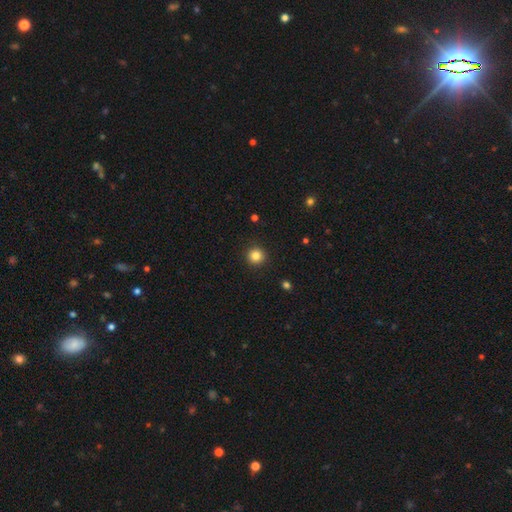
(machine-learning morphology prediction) type=smooth (83%); roundness=round (95%); merging=none (92%).